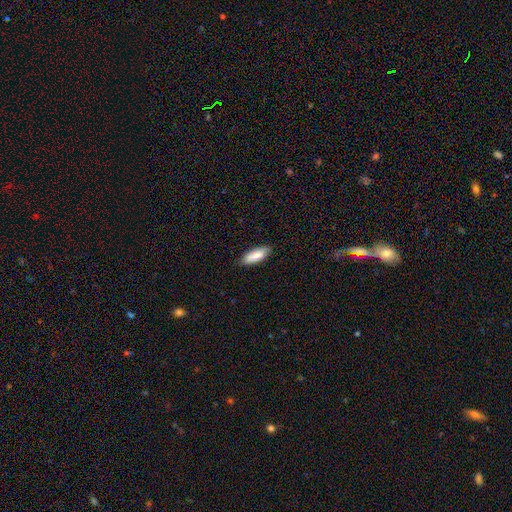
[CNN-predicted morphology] smooth_or_featured: smooth (p=0.85) [alt: featured or disk p=0.09]
how_rounded: in between (p=0.61) [alt: cigar-shaped p=0.37]
merging: none (p=0.84) [alt: minor disturbance p=0.13]